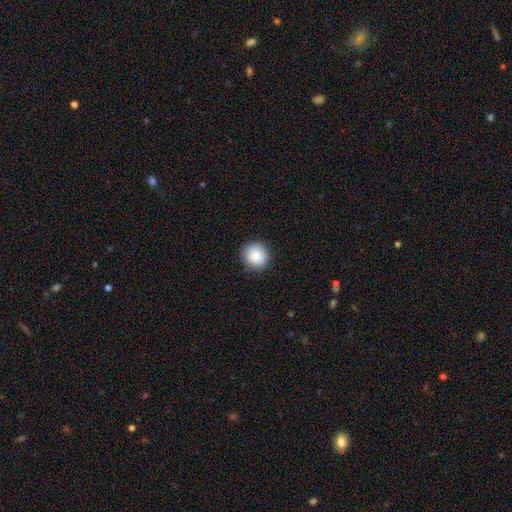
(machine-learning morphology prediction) smooth 87%, star or artifact 8%, featured or disk 5%. Down the decision tree: how rounded — round (92%); merging — none (89%).